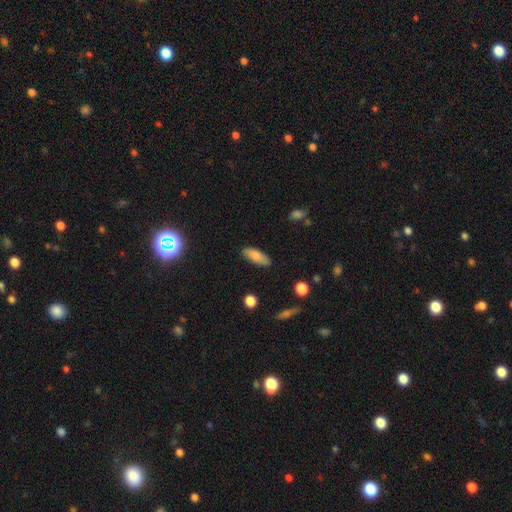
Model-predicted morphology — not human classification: Smooth or featured? smooth (80%)
How rounded? in between (69%)
Merging? none (86%)